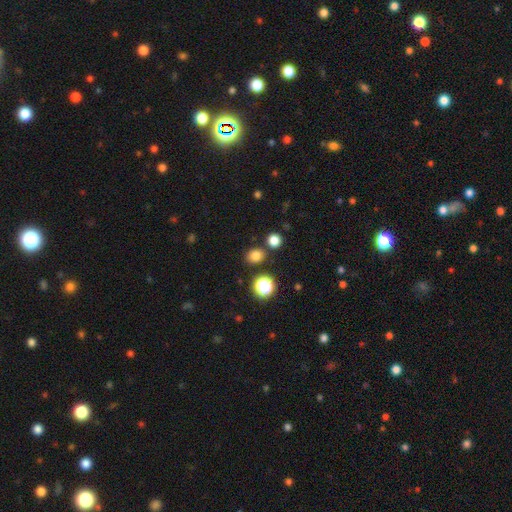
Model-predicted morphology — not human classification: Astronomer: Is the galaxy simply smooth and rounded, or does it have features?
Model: smooth — 77%.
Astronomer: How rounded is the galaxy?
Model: round — 67%.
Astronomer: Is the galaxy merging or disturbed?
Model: none — 81%.